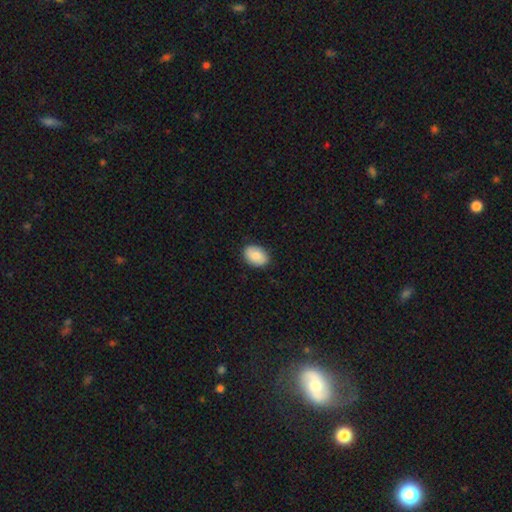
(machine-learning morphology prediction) A smooth galaxy with no disk features (82%) that is in between round and cigar-shaped (83%). Merging: none (87%).